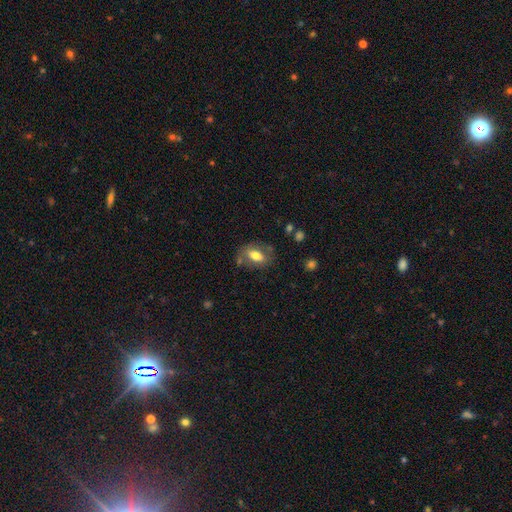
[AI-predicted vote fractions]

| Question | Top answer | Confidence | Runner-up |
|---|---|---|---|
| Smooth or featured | smooth | 68% | featured or disk (25%) |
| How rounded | in between | 85% | round (11%) |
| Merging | none | 69% | minor disturbance (18%) |